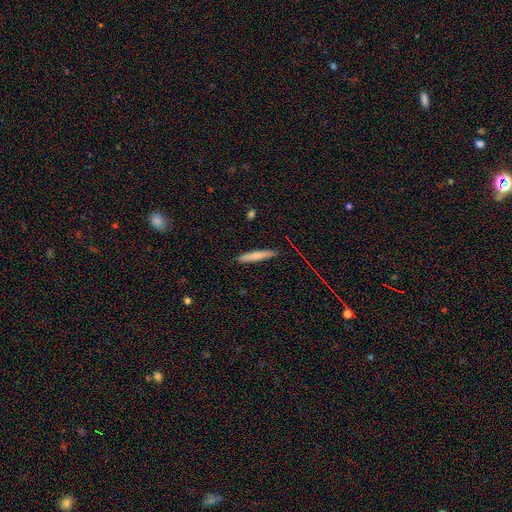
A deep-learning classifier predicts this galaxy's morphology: type=smooth (74%); roundness=cigar-shaped (95%); merging=none (87%).